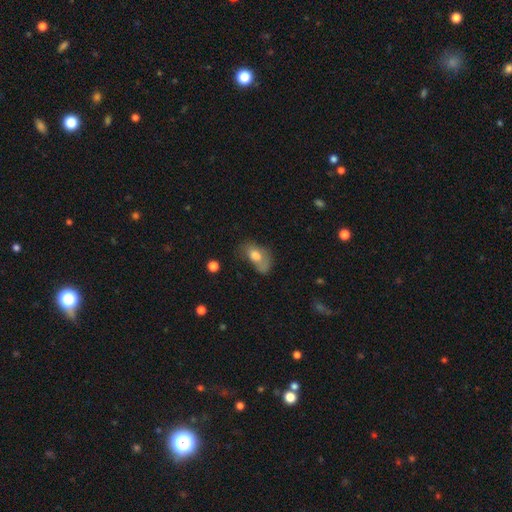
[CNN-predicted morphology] Smooth or featured? Predicted: smooth (p=0.68). How rounded? Predicted: in between (p=0.85). Merging? Predicted: major disturbance (p=0.34).